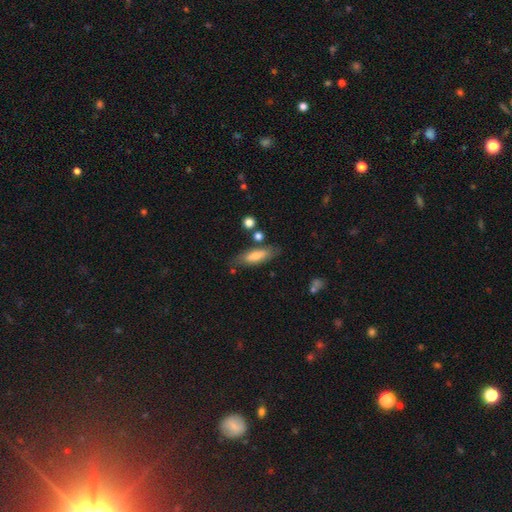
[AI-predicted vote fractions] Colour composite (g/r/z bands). It shows a smooth galaxy with no disk features (73%) that is in between round and cigar-shaped (56%). Merging: none (73%).